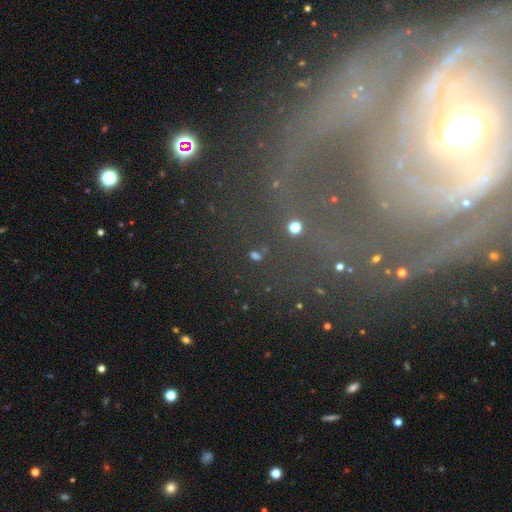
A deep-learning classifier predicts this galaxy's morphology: Smooth or featured: star or artifact — 60% (smooth — 25%)